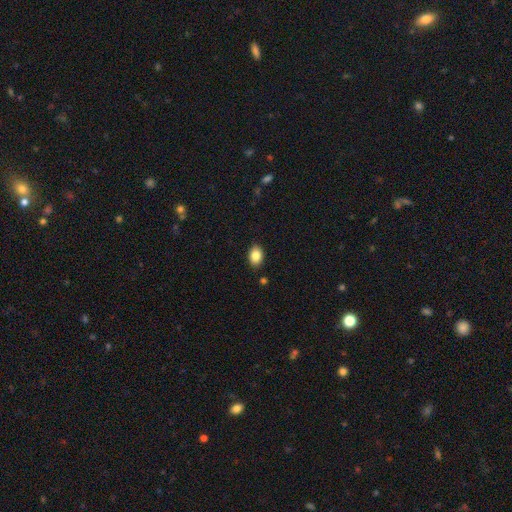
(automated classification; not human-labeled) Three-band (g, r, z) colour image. It shows a smooth galaxy with no disk features (86%) that is in between round and cigar-shaped (82%). Merging: none (88%).